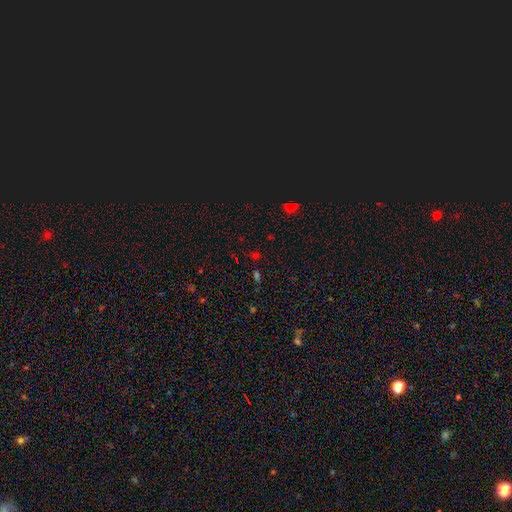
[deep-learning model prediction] This appears to be a star or artifact, not a galaxy (53%).